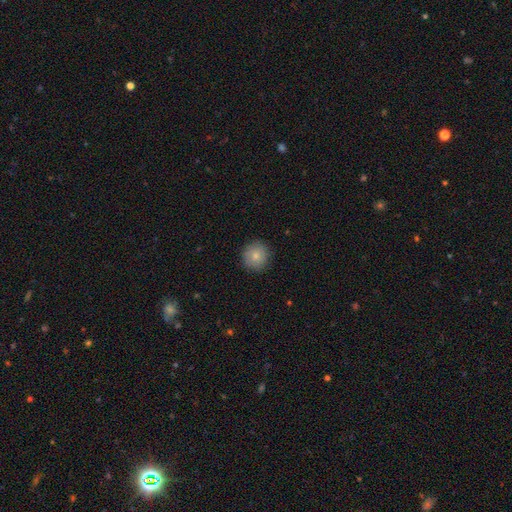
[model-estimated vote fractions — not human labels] Smooth or featured?
  - smooth: 82% *
  - featured or disk: 10%
  - star or artifact: 9%
How rounded?
  - round: 93% *
  - in between: 6%
  - cigar-shaped: 1%
Merging?
  - none: 88% *
  - minor disturbance: 9%
  - major disturbance: 2%
  - merger: 1%